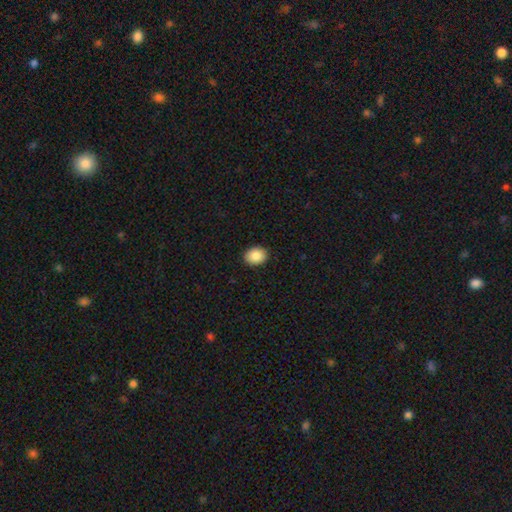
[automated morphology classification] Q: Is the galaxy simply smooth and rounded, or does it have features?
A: smooth — 88%.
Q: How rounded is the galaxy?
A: in between — 56%.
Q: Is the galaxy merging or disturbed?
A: none — 90%.